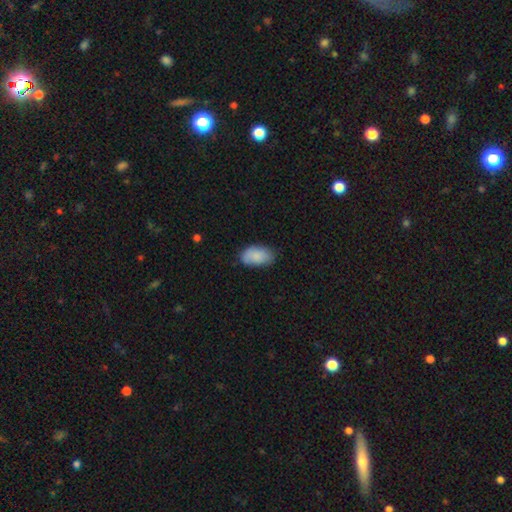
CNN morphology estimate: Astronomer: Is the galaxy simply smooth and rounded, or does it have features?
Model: smooth — 84%.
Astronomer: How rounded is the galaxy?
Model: in between — 93%.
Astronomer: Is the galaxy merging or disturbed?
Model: none — 69%.